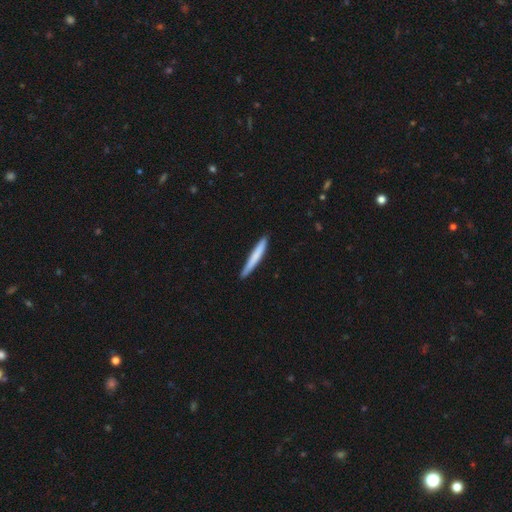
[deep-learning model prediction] This appears to be a smooth galaxy with no disk features (73%) that is cigar-shaped (96%). Merging: none (88%).